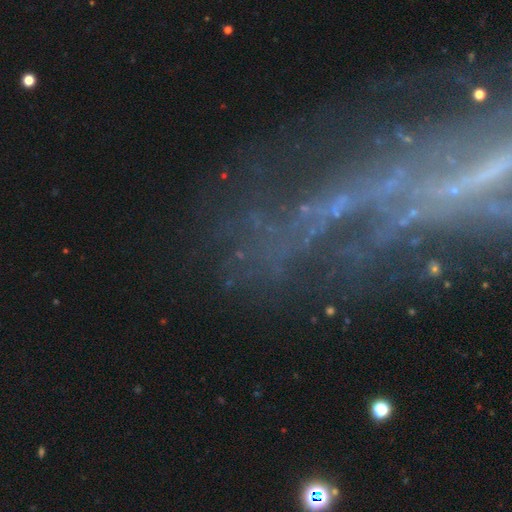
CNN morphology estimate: Overall: featured or disk (51%; star or artifact 35%). Edge-on disk: no (83%). Merging: none (47%; major disturbance 30%).